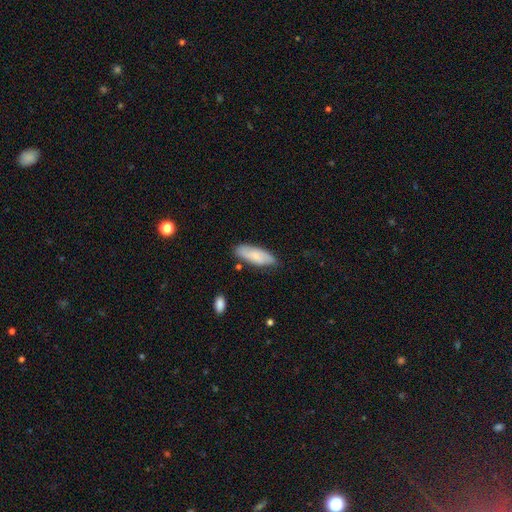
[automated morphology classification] A smooth galaxy with no disk features (71%) that is in between round and cigar-shaped (65%).

Vote fractions:
- Smooth or featured? smooth: 71% / featured or disk: 23% / star or artifact: 6%
- How rounded? in between: 65% / cigar-shaped: 33% / round: 2%
- Merging? none: 77% / minor disturbance: 17% / major disturbance: 3% / merger: 3%